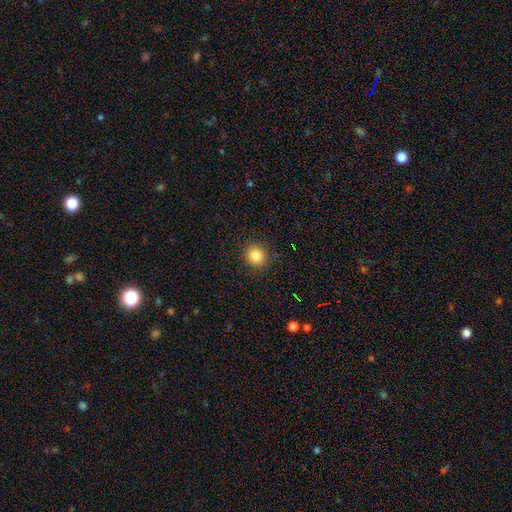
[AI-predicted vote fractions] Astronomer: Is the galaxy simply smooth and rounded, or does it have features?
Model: smooth — 84%.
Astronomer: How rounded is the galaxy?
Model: round — 90%.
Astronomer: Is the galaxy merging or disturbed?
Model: none — 90%.